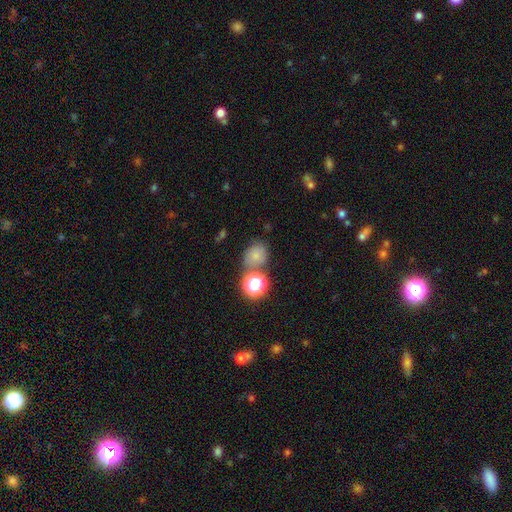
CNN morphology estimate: smooth 71%, star or artifact 19%, featured or disk 10%. Down the decision tree: how rounded — round (64%); merging — none (62%).